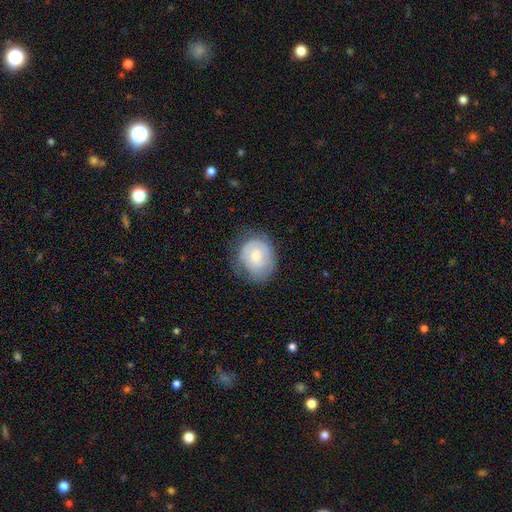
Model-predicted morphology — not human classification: Smooth or featured? Predicted: smooth (p=0.61). How rounded? Predicted: round (p=0.61). Merging? Predicted: none (p=0.60).